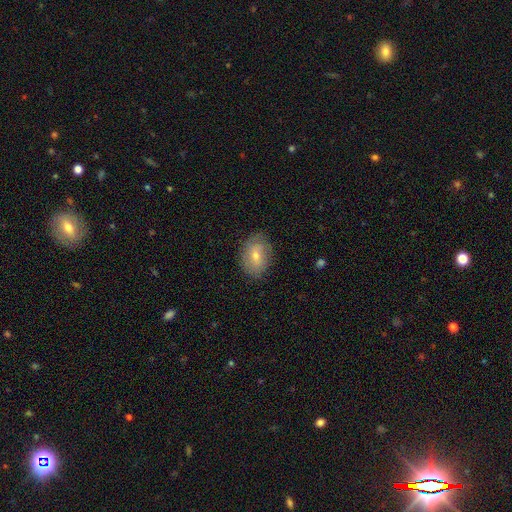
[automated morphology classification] smooth_or_featured: smooth (p=0.51) [alt: featured or disk p=0.39]
how_rounded: in between (p=0.79) [alt: round p=0.19]
merging: none (p=0.79) [alt: minor disturbance p=0.16]